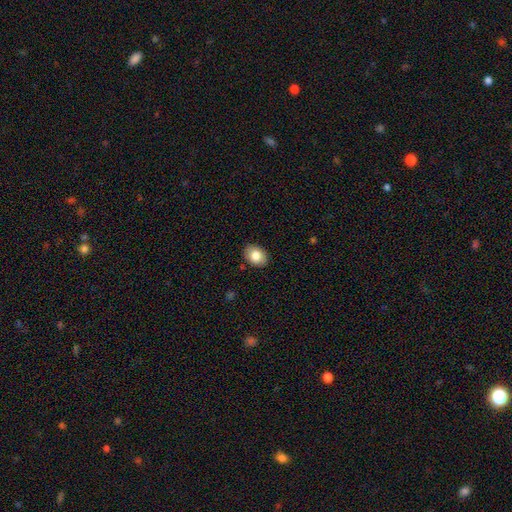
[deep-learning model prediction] Smooth or featured? smooth (83%)
How rounded? in between (74%)
Merging? none (88%)